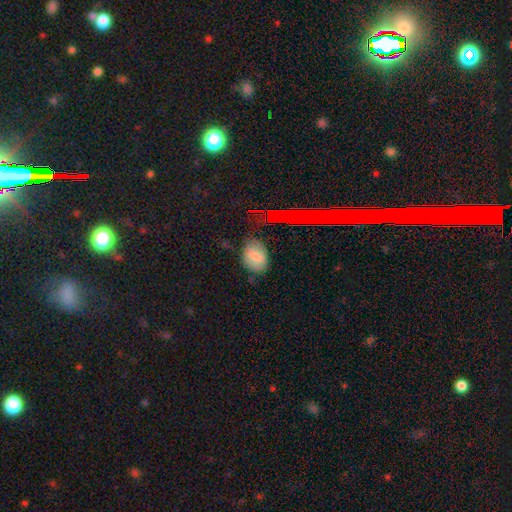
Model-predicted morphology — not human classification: A smooth galaxy with no disk features (74%) that is in between round and cigar-shaped (78%). Merging: none (71%).